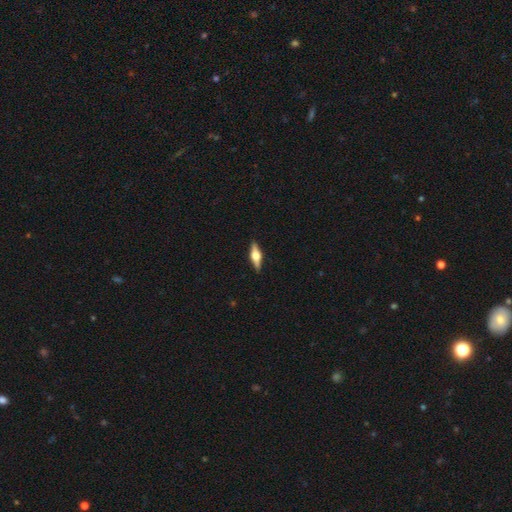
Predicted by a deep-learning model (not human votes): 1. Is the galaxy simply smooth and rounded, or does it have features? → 67% featured or disk, 27% smooth, 6% star or artifact.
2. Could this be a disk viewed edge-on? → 97% yes, 3% no.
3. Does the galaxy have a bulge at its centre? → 94% rounded, 5% boxy, 1% none.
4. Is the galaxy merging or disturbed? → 90% none, 7% minor disturbance, 2% major disturbance, 1% merger.